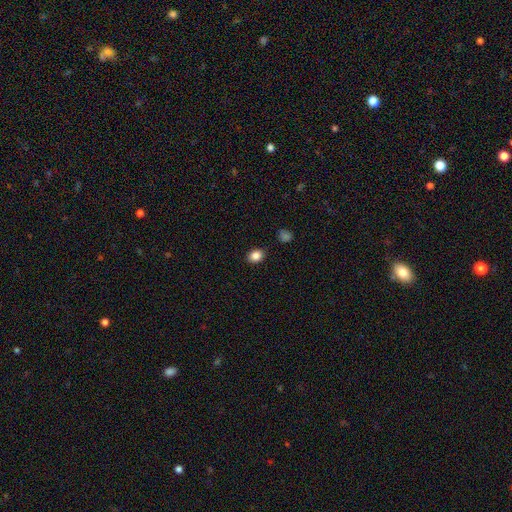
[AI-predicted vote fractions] Overall: smooth (86%). How rounded: in between (61%; round 38%). Merging: none (88%).